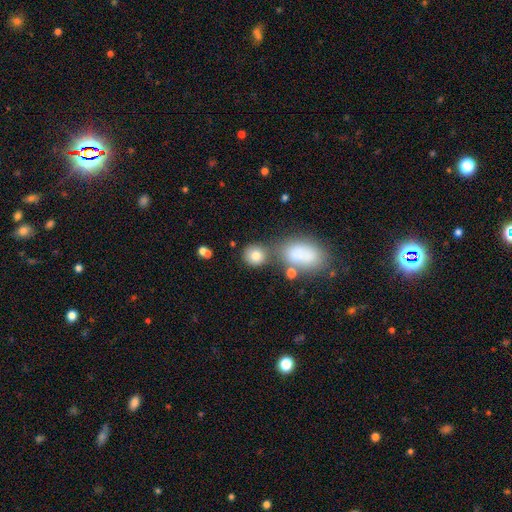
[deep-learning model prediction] This appears to be a smooth galaxy with no disk features (80%) that is round (81%). Merging: none (65%).